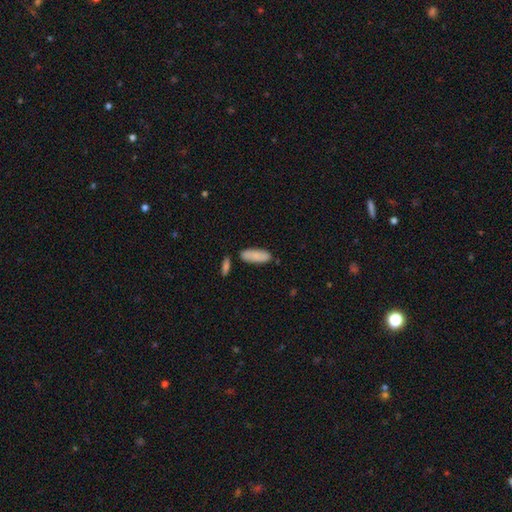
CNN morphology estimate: This is clearly a smooth galaxy (85%). How rounded: likely in between (71%). Merging: likely none (77%).